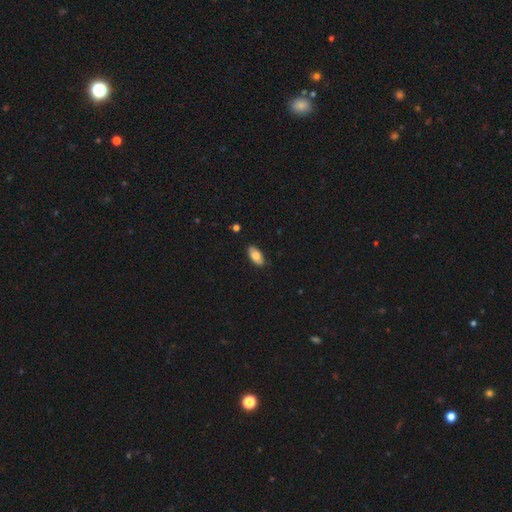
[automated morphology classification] Overall: smooth (75%). How rounded: in between (91%). Merging: none (86%).